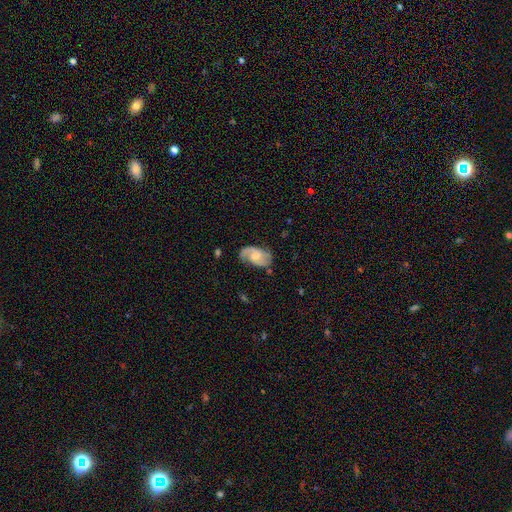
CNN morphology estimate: This appears to be a featured or disk galaxy (79%) with no bar (49%), 2 (85%) medium (50%) spiral arms (96%) and a moderate central bulge (42%). Merging: none (71%).